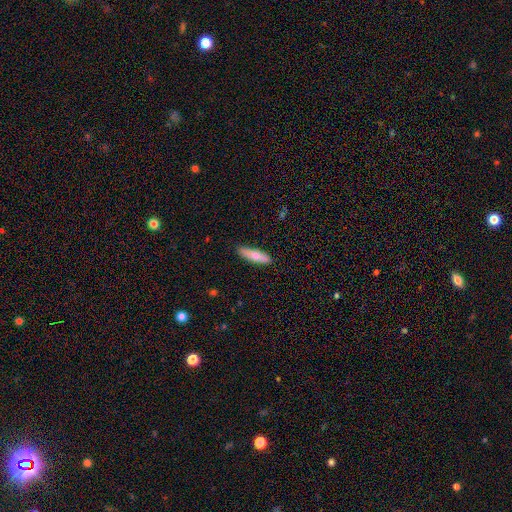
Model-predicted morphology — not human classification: Smooth or featured?
  - smooth: 68% *
  - featured or disk: 26%
  - star or artifact: 6%
How rounded?
  - cigar-shaped: 66% *
  - in between: 32%
  - round: 2%
Merging?
  - none: 87% *
  - minor disturbance: 10%
  - major disturbance: 2%
  - merger: 1%